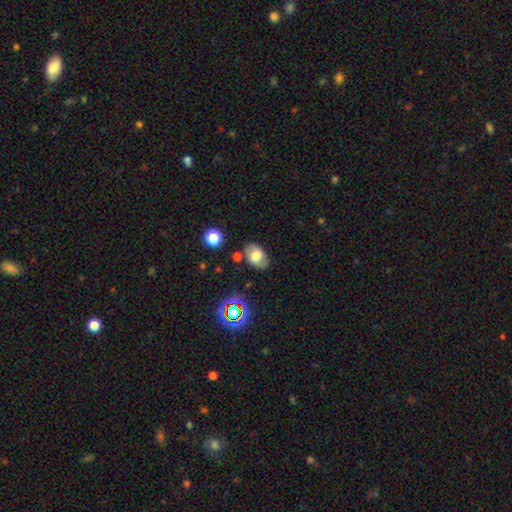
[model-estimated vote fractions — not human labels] Overall: smooth (68%). How rounded: in between (83%). Merging: none (72%).